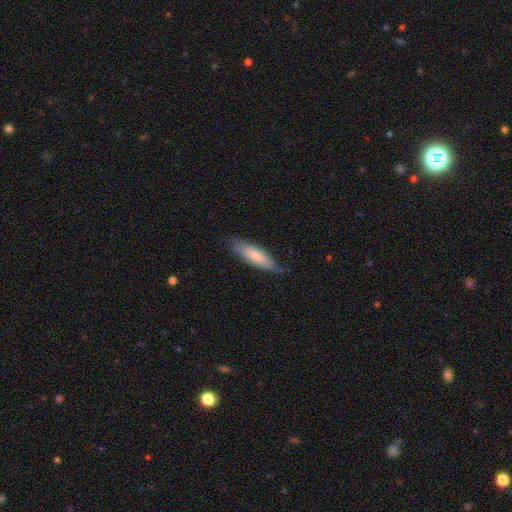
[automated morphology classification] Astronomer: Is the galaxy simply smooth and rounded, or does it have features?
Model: smooth — 72%.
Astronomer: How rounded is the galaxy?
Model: cigar-shaped — 51% (runner-up: in between, 47%).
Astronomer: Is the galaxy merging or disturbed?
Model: none — 68%.